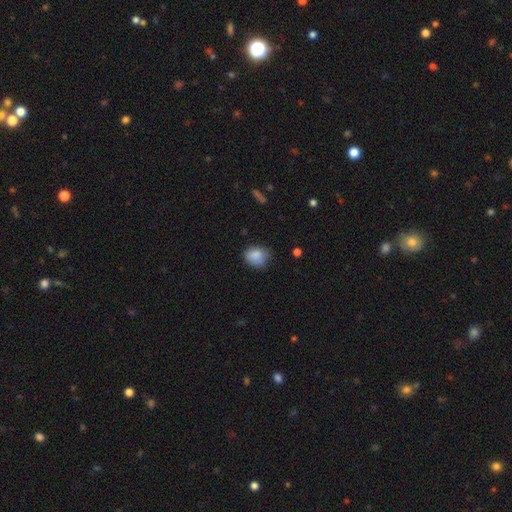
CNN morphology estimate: Smooth or featured? Predicted: smooth (p=0.84). How rounded? Predicted: round (p=0.52). Merging? Predicted: none (p=0.62).